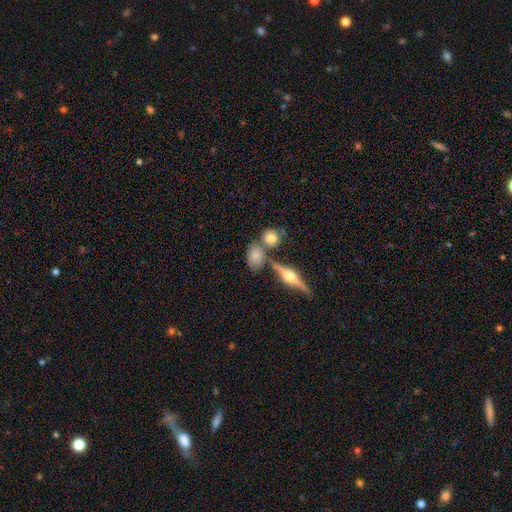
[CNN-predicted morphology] Smooth or featured?
  - smooth: 62% *
  - featured or disk: 28%
  - star or artifact: 10%
How rounded?
  - in between: 60% *
  - round: 33%
  - cigar-shaped: 7%
Merging?
  - none: 57% *
  - merger: 24%
  - minor disturbance: 14%
  - major disturbance: 5%